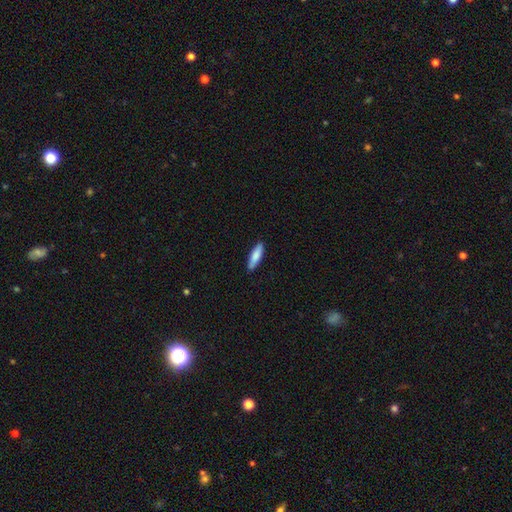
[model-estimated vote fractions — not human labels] smooth-or-featured: smooth: 79% | featured or disk: 15% | star or artifact: 5%
  how-rounded: cigar-shaped: 69% | in between: 30% | round: 2%
  merging: none: 88% | minor disturbance: 9% | major disturbance: 2% | merger: 1%